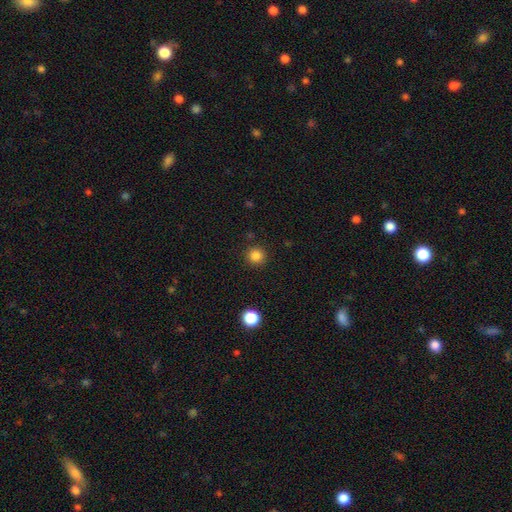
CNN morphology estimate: Smooth or featured?
  - smooth: 84% *
  - star or artifact: 12%
  - featured or disk: 4%
How rounded?
  - round: 94% *
  - in between: 5%
  - cigar-shaped: 1%
Merging?
  - none: 91% *
  - minor disturbance: 6%
  - major disturbance: 2%
  - merger: 2%